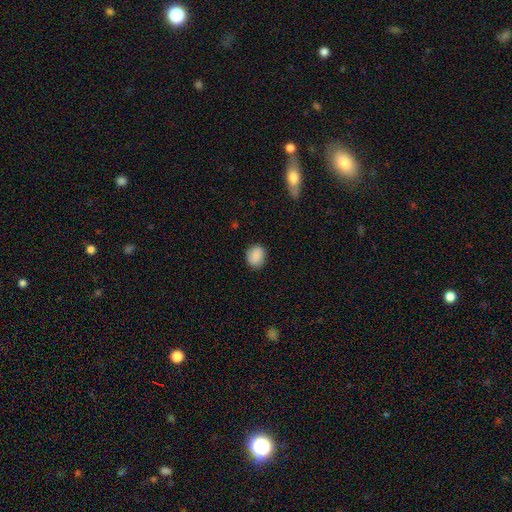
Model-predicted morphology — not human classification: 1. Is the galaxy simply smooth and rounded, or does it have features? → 88% smooth, 7% star or artifact, 5% featured or disk.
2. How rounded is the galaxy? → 61% round, 38% in between, 1% cigar-shaped.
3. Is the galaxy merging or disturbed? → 84% none, 12% minor disturbance, 3% major disturbance, 1% merger.